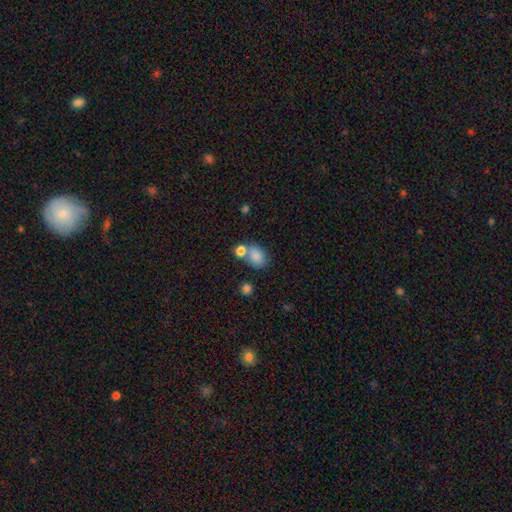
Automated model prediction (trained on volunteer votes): smooth_or_featured: smooth (p=0.82) [alt: star or artifact p=0.10]
how_rounded: in between (p=0.66) [alt: round p=0.33]
merging: none (p=0.45) [alt: merger p=0.37]